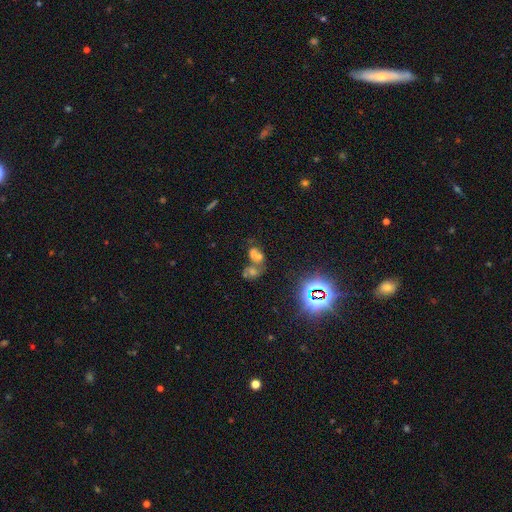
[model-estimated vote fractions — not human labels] Q: Smooth or featured?
A: smooth (44%); runner-up: star or artifact (32%)
Q: Merging?
A: merger (66%); runner-up: none (20%)